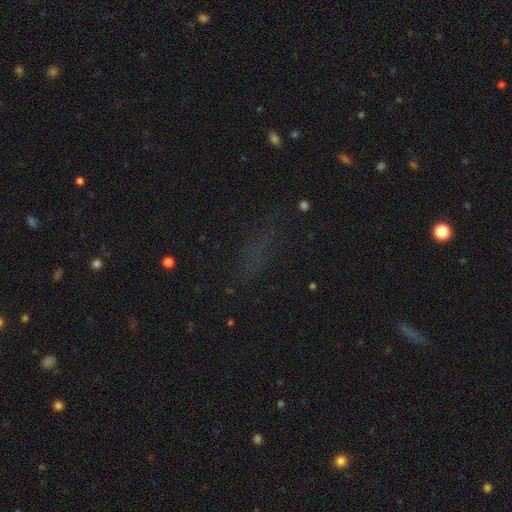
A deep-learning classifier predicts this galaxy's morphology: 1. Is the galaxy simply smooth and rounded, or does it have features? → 55% star or artifact, 31% smooth, 14% featured or disk.